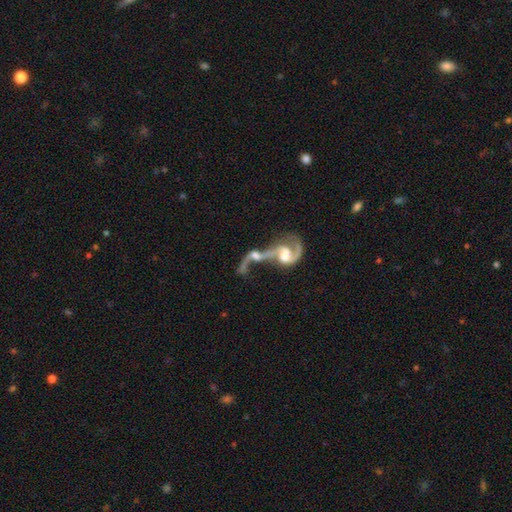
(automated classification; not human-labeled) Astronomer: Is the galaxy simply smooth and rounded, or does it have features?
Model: featured or disk — 75%.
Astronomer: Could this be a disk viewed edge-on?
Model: no — 93%.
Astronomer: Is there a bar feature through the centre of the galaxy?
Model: no — 58%.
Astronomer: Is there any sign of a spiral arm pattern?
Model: yes — 81%.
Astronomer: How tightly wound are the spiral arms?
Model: loose — 76%.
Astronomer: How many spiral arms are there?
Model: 2 — 69%.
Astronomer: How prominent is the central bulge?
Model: moderate — 45%.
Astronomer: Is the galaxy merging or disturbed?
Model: merger — 75%.